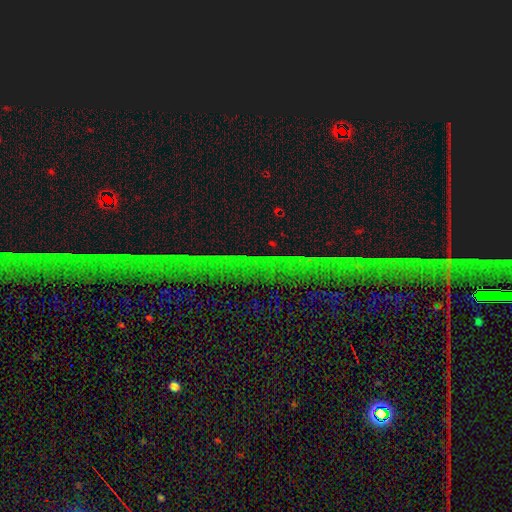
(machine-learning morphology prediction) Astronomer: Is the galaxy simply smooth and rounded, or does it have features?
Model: star or artifact — 80%.